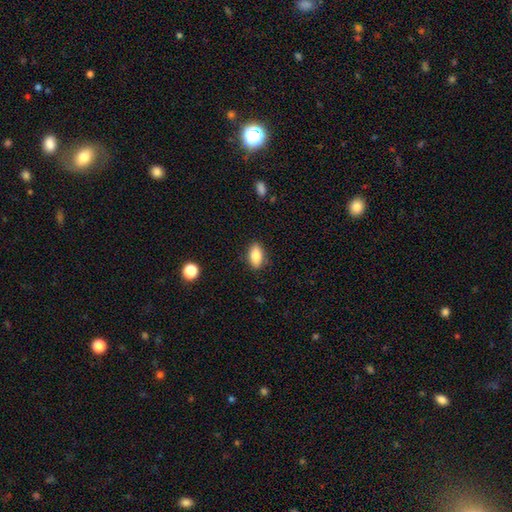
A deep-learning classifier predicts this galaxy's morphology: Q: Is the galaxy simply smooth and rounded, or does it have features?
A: smooth — 82%.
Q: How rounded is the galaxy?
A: in between — 87%.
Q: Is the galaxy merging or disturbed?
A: none — 86%.